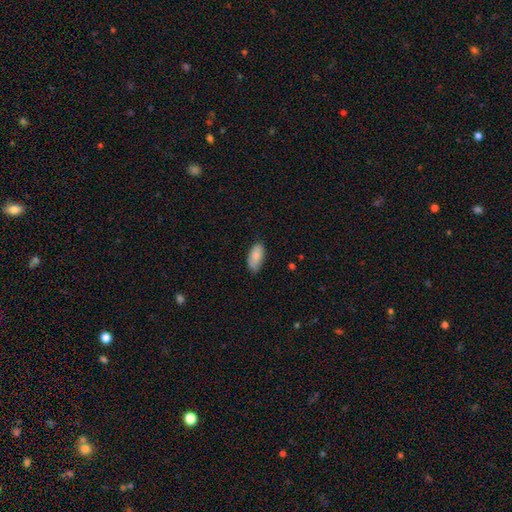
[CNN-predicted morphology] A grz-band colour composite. It shows a smooth galaxy with no disk features (84%) that is in between round and cigar-shaped (92%). Merging: none (74%).